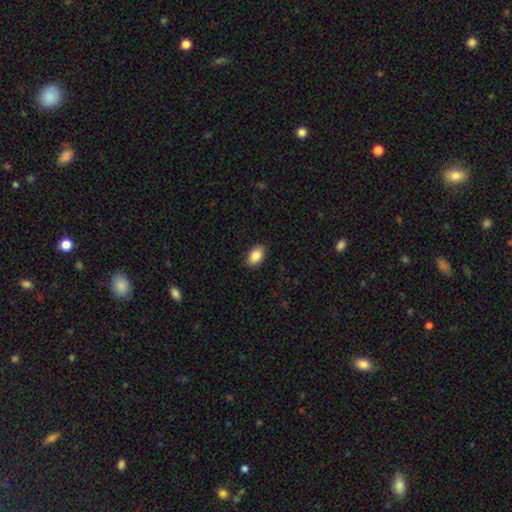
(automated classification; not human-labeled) Overall: smooth (87%). How rounded: in between (90%). Merging: none (89%).